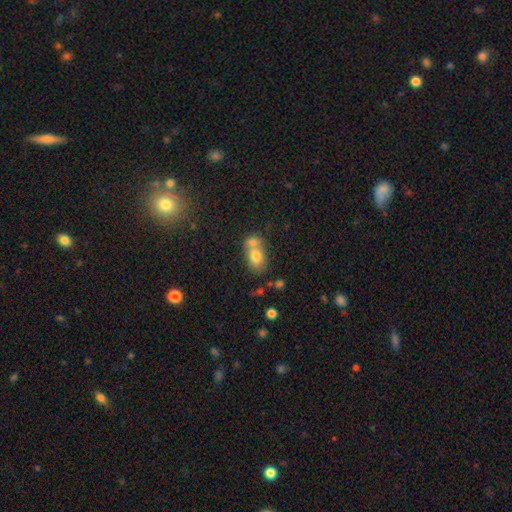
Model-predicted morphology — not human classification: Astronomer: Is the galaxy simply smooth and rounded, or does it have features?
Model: smooth — 75%.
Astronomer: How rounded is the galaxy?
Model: in between — 74%.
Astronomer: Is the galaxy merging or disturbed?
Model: merger — 56%.